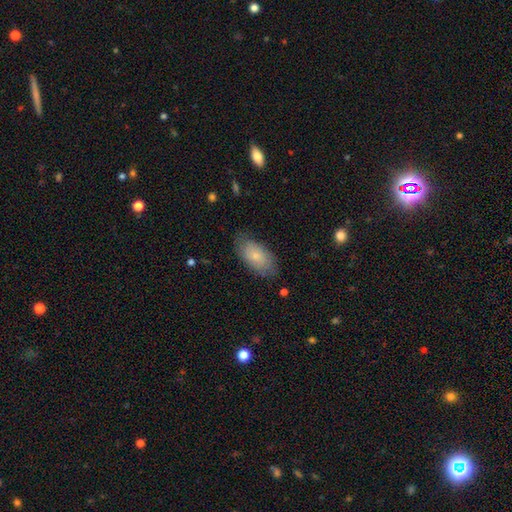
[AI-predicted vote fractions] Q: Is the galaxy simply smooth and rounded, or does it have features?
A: smooth — 75%.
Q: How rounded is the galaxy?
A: in between — 93%.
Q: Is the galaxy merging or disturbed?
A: none — 75%.